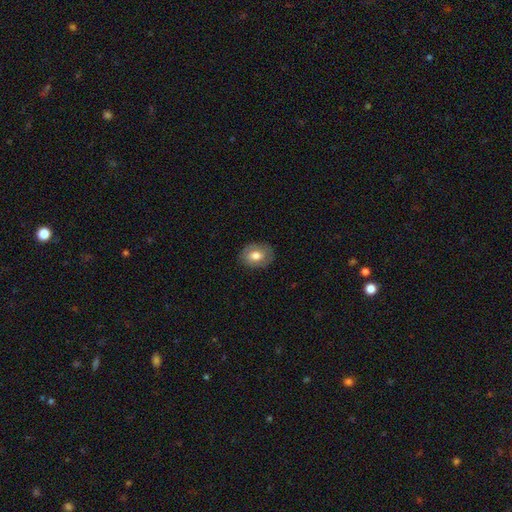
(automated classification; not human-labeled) Smooth or featured?
  - smooth: 65% *
  - featured or disk: 28%
  - star or artifact: 7%
How rounded?
  - in between: 64% *
  - round: 35%
  - cigar-shaped: 1%
Merging?
  - none: 83% *
  - minor disturbance: 13%
  - major disturbance: 4%
  - merger: 1%